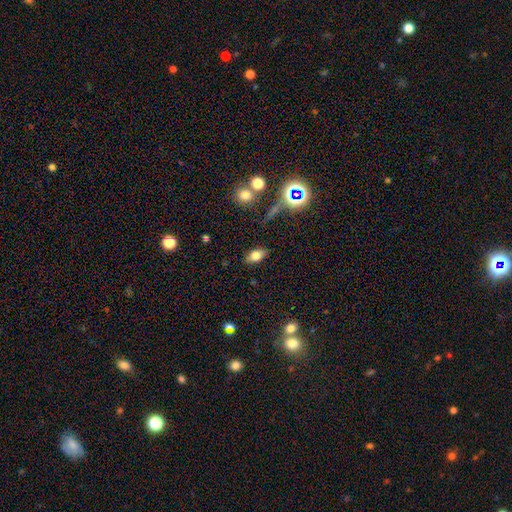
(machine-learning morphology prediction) smooth 73%, featured or disk 15%, star or artifact 12%. Down the decision tree: how rounded — in between (86%); merging — none (83%).